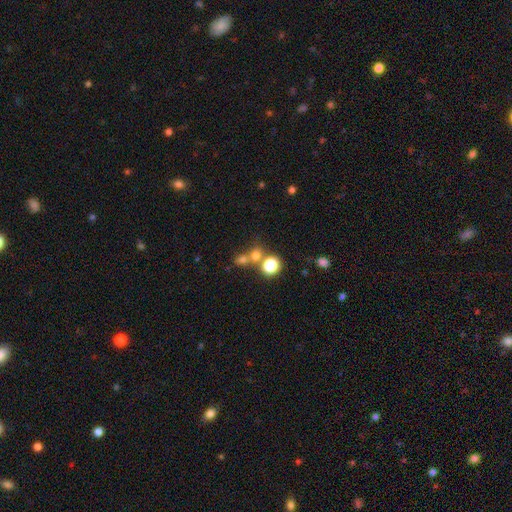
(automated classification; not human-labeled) Smooth or featured? Predicted: smooth (p=0.66). How rounded? Predicted: round (p=0.80). Merging? Predicted: none (p=0.47).